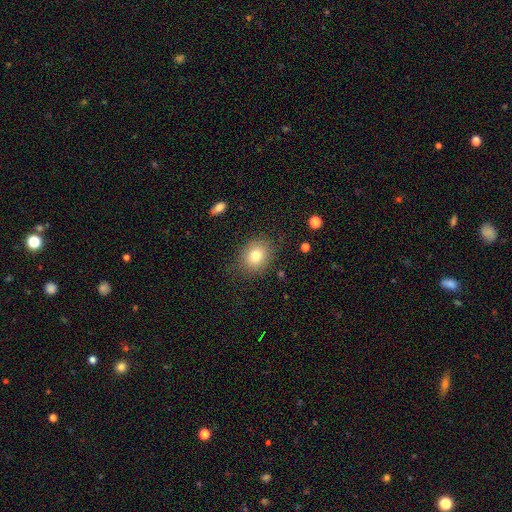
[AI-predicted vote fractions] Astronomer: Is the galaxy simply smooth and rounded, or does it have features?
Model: smooth — 78%.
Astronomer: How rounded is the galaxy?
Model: round — 59% (runner-up: in between, 40%).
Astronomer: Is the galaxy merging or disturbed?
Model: none — 82%.